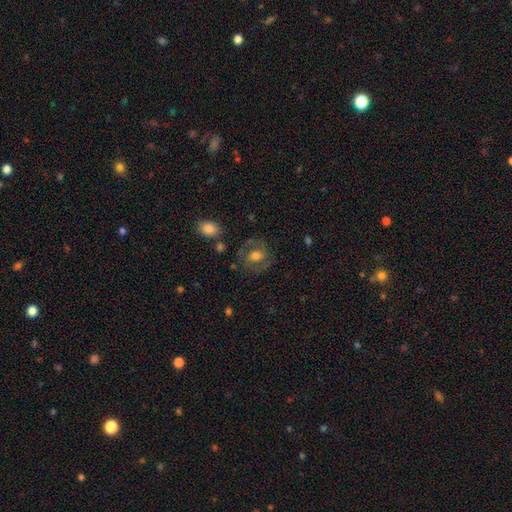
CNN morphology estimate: Overall: featured or disk (55%; smooth 36%). Edge-on disk: no (96%). Bar: no (52%; weak 34%). Spiral arms: yes (63%; no 37%). Bulge size: moderate (61%; large 21%). Merging: none (73%).